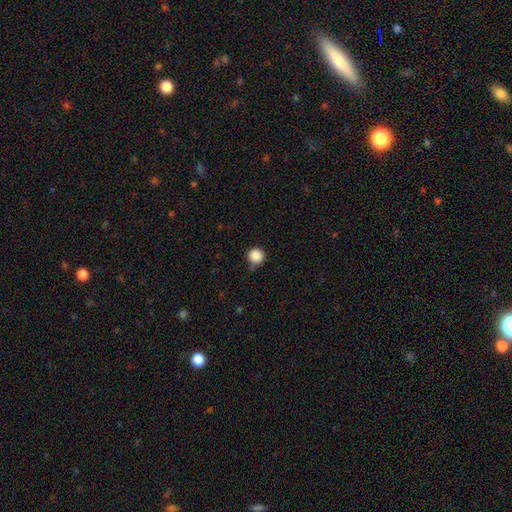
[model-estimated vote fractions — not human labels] Smooth or featured? Predicted: smooth (p=0.87). How rounded? Predicted: round (p=0.94). Merging? Predicted: none (p=0.77).